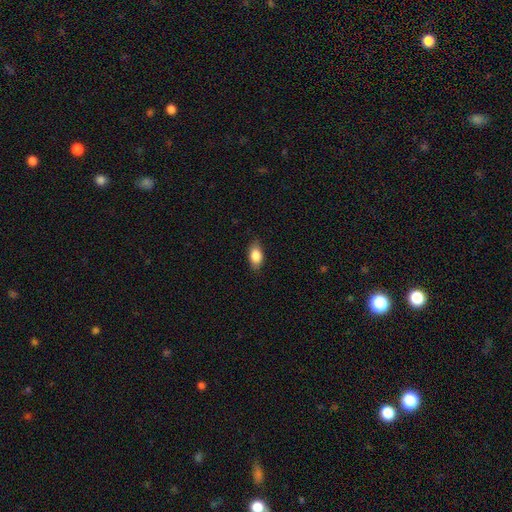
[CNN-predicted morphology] The model was most divided on "merging": none: 82%, minor disturbance: 14%, major disturbance: 3%, merger: 1%. More confident: how rounded — in between (87%); smooth or featured — smooth (84%).